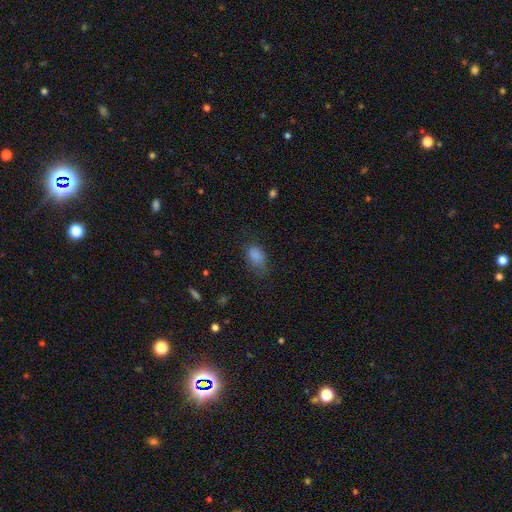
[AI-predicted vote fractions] Smooth or featured? smooth (82%)
How rounded? in between (87%)
Merging? none (56%)